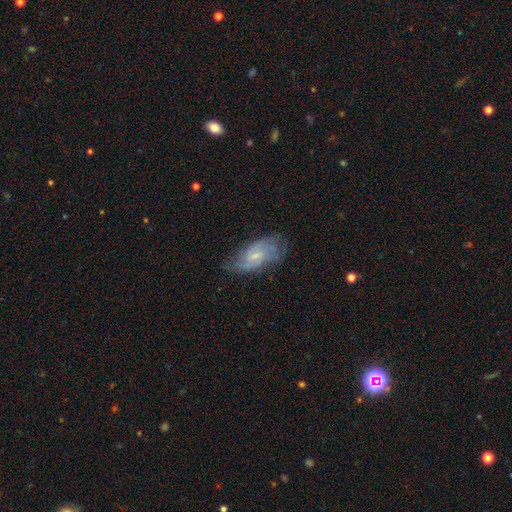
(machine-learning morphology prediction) Smooth or featured? Predicted: featured or disk (p=0.69). Edge-on disk? Predicted: no (p=0.95). Bar? Predicted: no (p=0.54). Spiral arms? Predicted: yes (p=0.89). Spiral winding? Predicted: medium (p=0.44). Spiral arm count? Predicted: 2 (p=0.43). Bulge size? Predicted: small (p=0.68). Merging? Predicted: none (p=0.63).